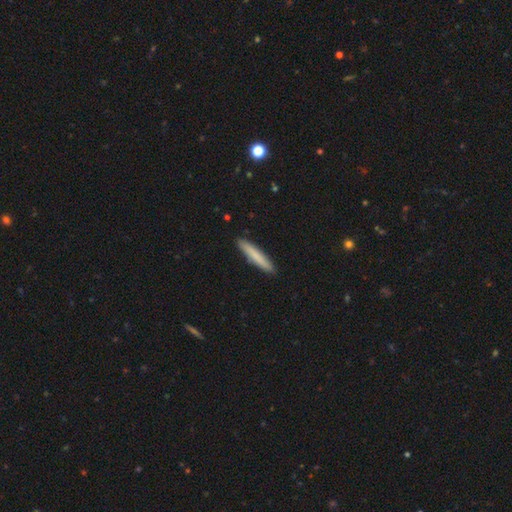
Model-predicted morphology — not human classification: This is likely a smooth galaxy (79%). How rounded: clearly cigar-shaped (94%). Merging: clearly none (91%).